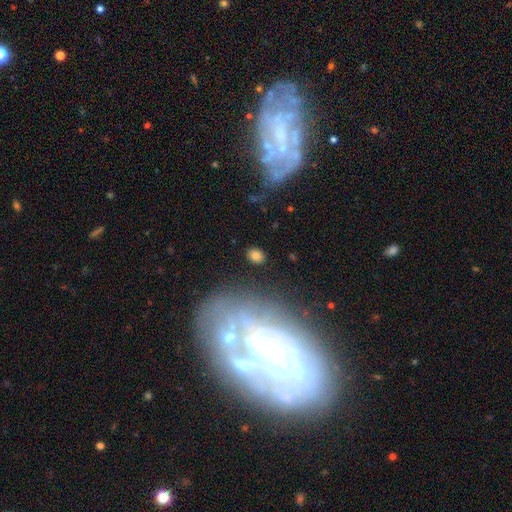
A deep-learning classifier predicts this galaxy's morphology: Smooth or featured? Predicted: smooth (p=0.81). How rounded? Predicted: in between (p=0.57). Merging? Predicted: none (p=0.87).